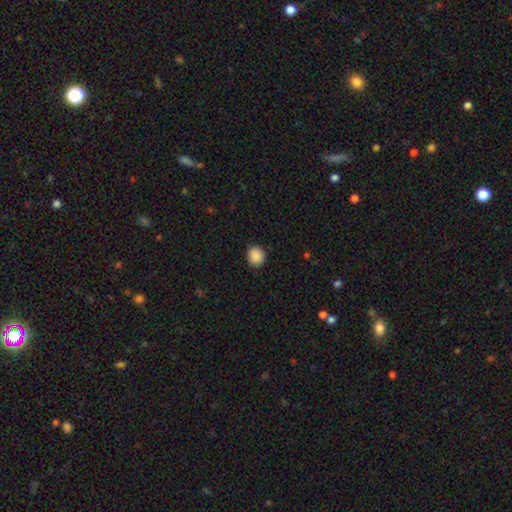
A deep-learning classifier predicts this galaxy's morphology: A smooth galaxy with no disk features (89%) that is round (81%).

Vote fractions:
- Smooth or featured? smooth: 89% / star or artifact: 8% / featured or disk: 3%
- How rounded? round: 81% / in between: 18% / cigar-shaped: 1%
- Merging? none: 88% / minor disturbance: 9% / major disturbance: 2% / merger: 1%